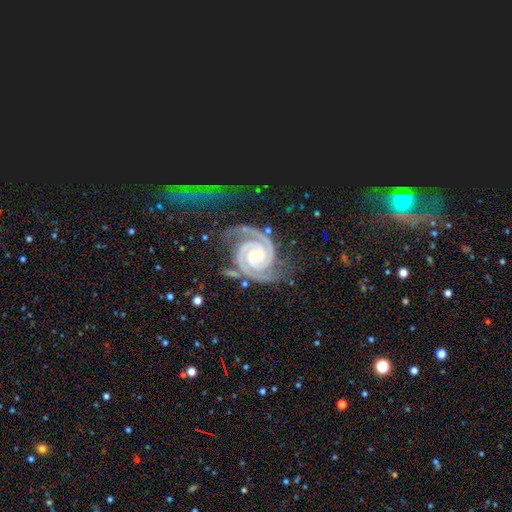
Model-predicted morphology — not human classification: A featured or disk galaxy (94%) with no bar (58%), 2 (87%) tight (81%) spiral arms (99%) and a small central bulge (53%).

Vote fractions:
- Smooth or featured? featured or disk: 94% / star or artifact: 4% / smooth: 2%
- Edge-on disk? no: 98% / yes: 2%
- Bar? no: 58% / weak: 26% / strong: 16%
- Spiral arms? yes: 99% / no: 1%
- Spiral winding? tight: 81% / medium: 17% / loose: 2%
- Spiral arm count? 2: 87% / 3: 7% / can't tell: 2% / 4: 2% / 1: 1% / more than 4: 1%
- Bulge size? small: 53% / moderate: 44% / large: 2% / none: 1% / dominant: 1%
- Merging? none: 70% / minor disturbance: 19% / major disturbance: 8% / merger: 4%